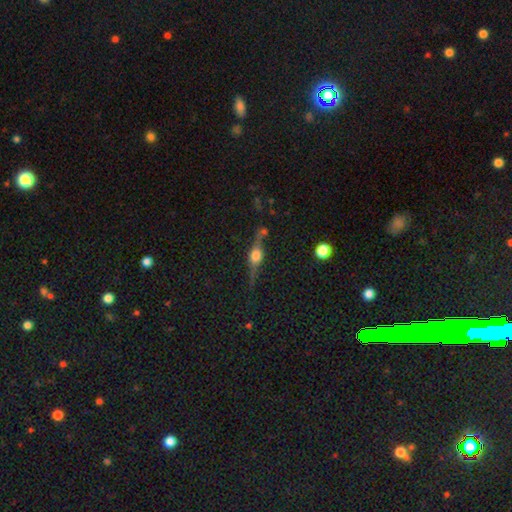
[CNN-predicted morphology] Q: Smooth or featured?
A: featured or disk (79%); runner-up: smooth (13%)
Q: Edge-on disk?
A: yes (95%); runner-up: no (5%)
Q: Edge-on bulge?
A: rounded (94%); runner-up: boxy (4%)
Q: Merging?
A: none (76%); runner-up: minor disturbance (14%)